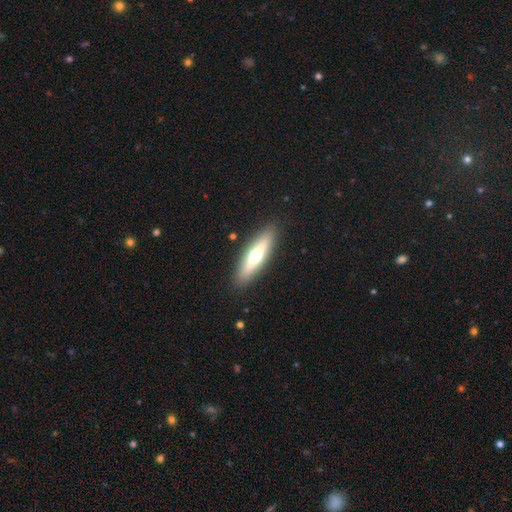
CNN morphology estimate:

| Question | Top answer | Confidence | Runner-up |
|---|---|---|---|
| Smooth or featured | smooth | 48% | featured or disk (46%) |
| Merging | none | 89% | minor disturbance (7%) |